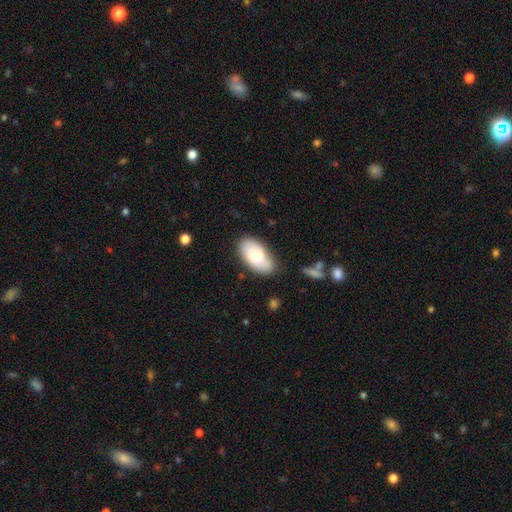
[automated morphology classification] Smooth or featured? smooth (71%)
How rounded? in between (94%)
Merging? none (72%)